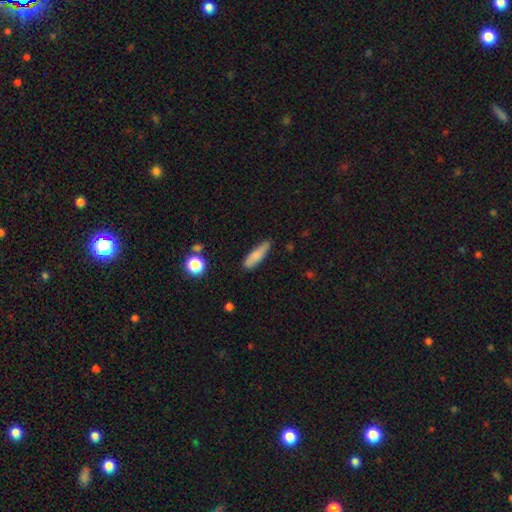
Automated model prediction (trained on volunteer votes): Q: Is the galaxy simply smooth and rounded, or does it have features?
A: smooth — 77%.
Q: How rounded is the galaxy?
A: cigar-shaped — 66%.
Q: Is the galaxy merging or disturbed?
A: none — 77%.